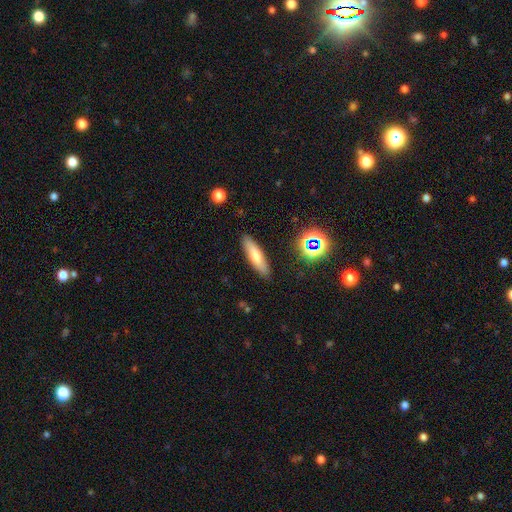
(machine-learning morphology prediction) type=smooth (69%); roundness=cigar-shaped (71%); merging=none (88%).